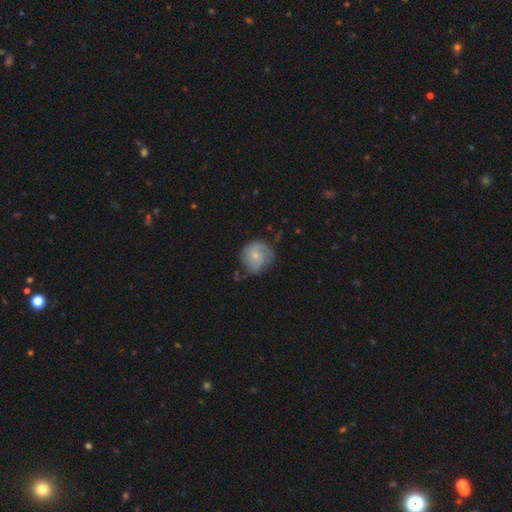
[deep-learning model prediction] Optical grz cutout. It shows a featured or disk galaxy (63%) with no bar (67%), 2 (48%) tight (40%) spiral arms (89%) and a small central bulge (68%). Merging: none (64%).